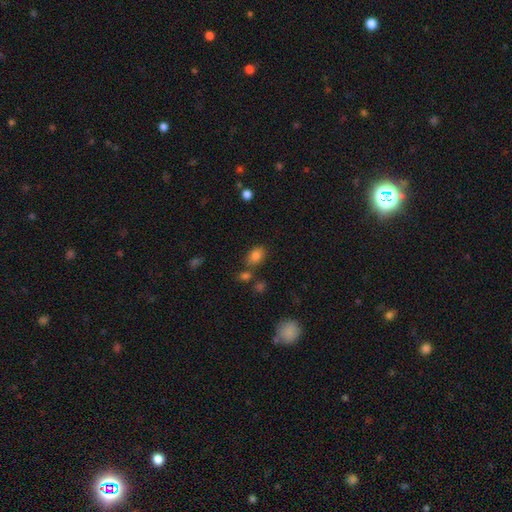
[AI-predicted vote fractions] Smooth or featured? Predicted: smooth (p=0.82). How rounded? Predicted: in between (p=0.81). Merging? Predicted: none (p=0.71).